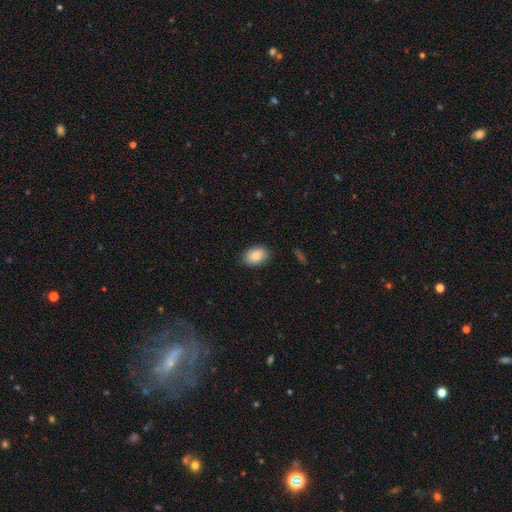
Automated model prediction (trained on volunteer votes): A smooth galaxy with no disk features (87%) that is in between round and cigar-shaped (82%). Merging: none (85%).